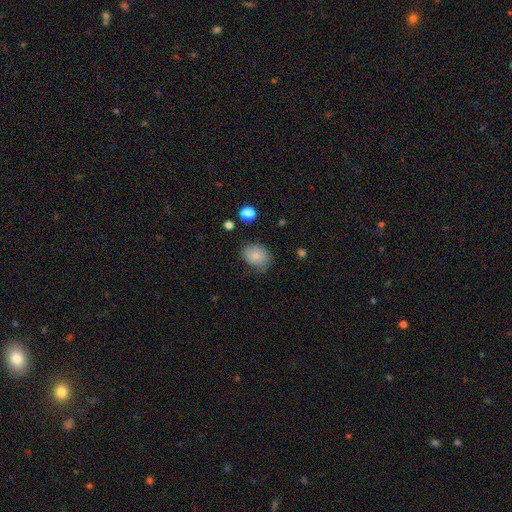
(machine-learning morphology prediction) The model was most divided on "how rounded": in between: 51%, round: 48%, cigar-shaped: 1%. More confident: smooth or featured — smooth (74%); merging — none (62%).